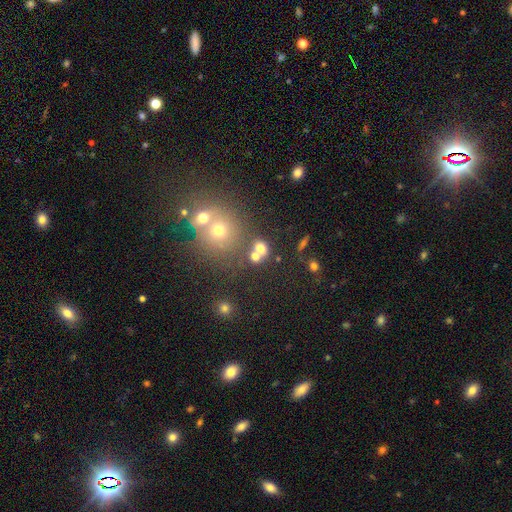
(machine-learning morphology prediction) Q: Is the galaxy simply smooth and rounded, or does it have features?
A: smooth — 68%.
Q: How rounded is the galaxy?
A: round — 68%.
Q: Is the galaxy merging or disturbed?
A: none — 47%.